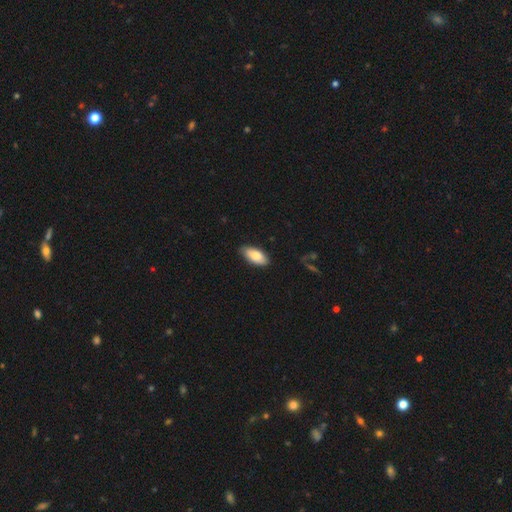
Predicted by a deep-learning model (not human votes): smooth 81%, featured or disk 13%, star or artifact 6%. Down the decision tree: how rounded — in between (89%); merging — none (84%).